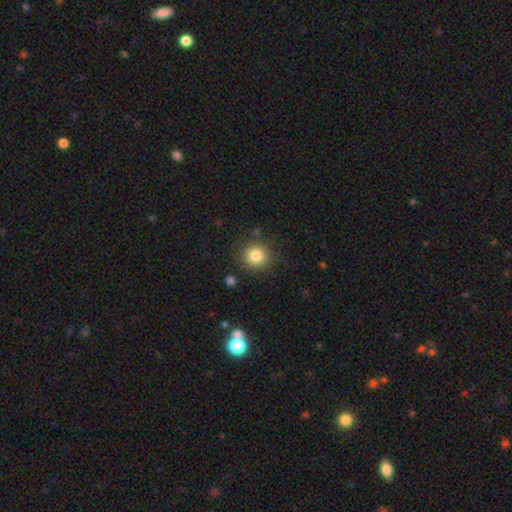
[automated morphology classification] smooth_or_featured: smooth (p=0.82) [alt: star or artifact p=0.11]
how_rounded: round (p=0.91) [alt: in between p=0.08]
merging: none (p=0.87) [alt: minor disturbance p=0.08]